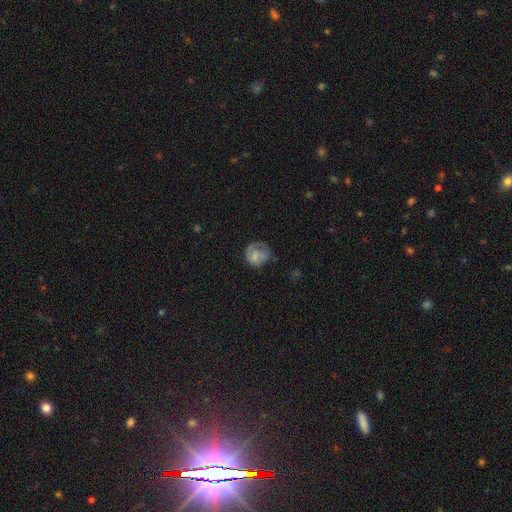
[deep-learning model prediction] The model was most divided on "smooth or featured": smooth: 57%, featured or disk: 35%, star or artifact: 8%. More confident: how rounded — round (74%); merging — none (52%).